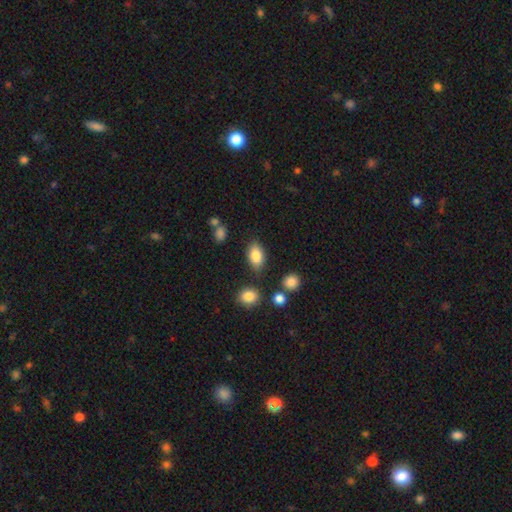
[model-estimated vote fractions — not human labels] This is clearly a smooth galaxy (83%). How rounded: clearly in between (88%). Merging: likely none (79%).